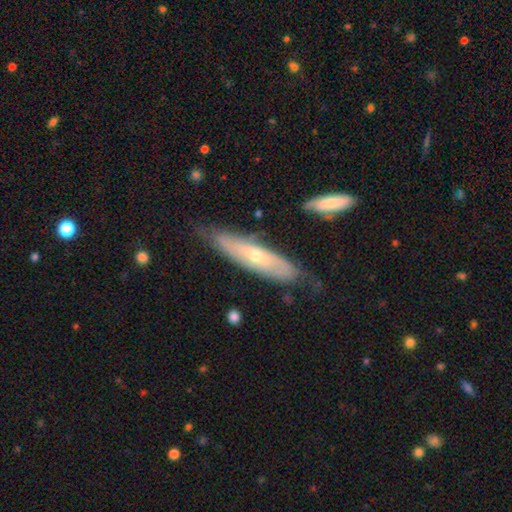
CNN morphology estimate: Smooth or featured? Predicted: featured or disk (p=0.62). Edge-on disk? Predicted: no (p=0.57). Merging? Predicted: none (p=0.68).